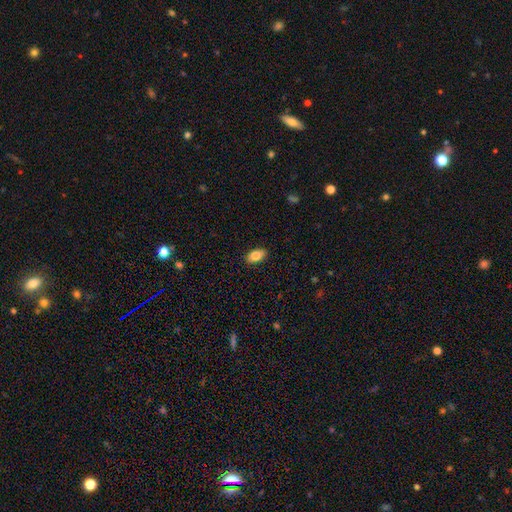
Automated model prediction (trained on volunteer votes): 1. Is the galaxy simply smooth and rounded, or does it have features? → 85% smooth, 8% featured or disk, 7% star or artifact.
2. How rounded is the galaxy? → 92% in between, 4% round, 3% cigar-shaped.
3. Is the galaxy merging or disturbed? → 88% none, 9% minor disturbance, 2% major disturbance, 1% merger.